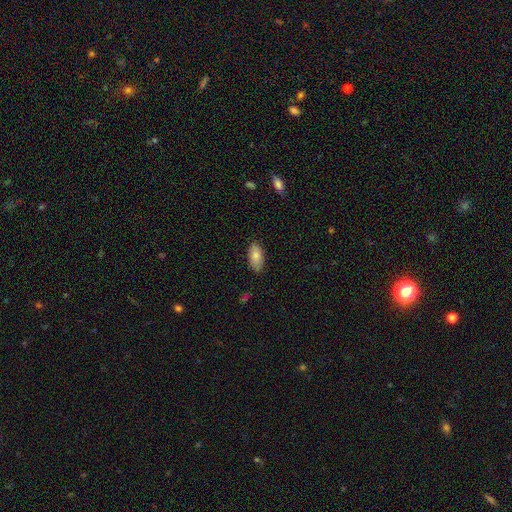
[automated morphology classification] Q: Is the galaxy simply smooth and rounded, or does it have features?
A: smooth — 81%.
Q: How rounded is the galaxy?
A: in between — 92%.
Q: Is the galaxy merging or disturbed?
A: none — 83%.